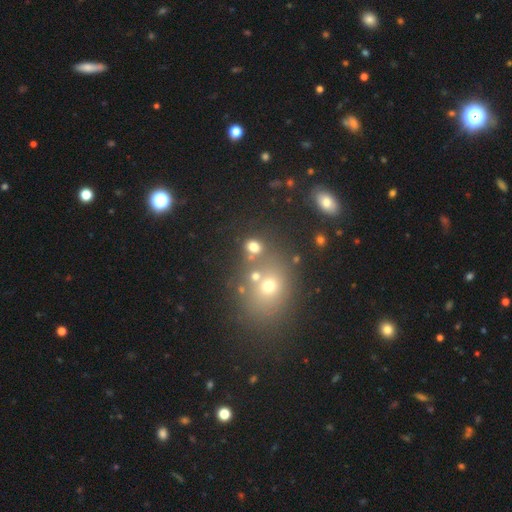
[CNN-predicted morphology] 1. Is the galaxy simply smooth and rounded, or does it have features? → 52% smooth, 31% star or artifact, 17% featured or disk.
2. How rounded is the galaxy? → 57% round, 42% in between, 1% cigar-shaped.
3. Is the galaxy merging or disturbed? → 60% none, 25% merger, 10% minor disturbance, 5% major disturbance.